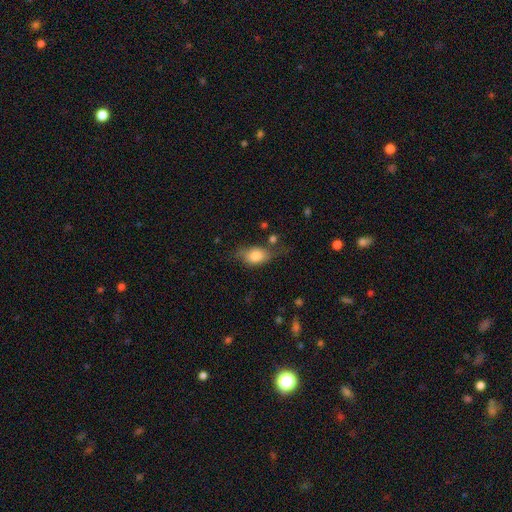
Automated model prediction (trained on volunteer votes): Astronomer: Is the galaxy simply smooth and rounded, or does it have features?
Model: smooth — 77%.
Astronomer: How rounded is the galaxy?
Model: in between — 79%.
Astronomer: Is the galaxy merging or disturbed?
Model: none — 52% (runner-up: minor disturbance, 30%).